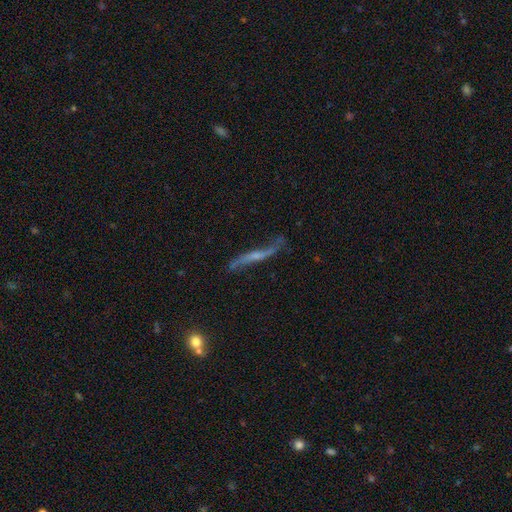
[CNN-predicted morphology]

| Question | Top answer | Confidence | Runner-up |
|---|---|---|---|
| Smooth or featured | featured or disk | 79% | smooth (13%) |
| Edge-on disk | yes | 52% | no (48%) |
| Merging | none | 64% | minor disturbance (22%) |